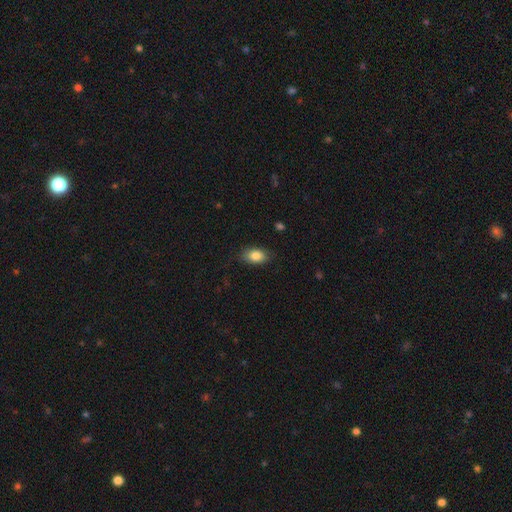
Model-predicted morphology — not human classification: A smooth galaxy with no disk features (84%) that is in between round and cigar-shaped (89%).

Vote fractions:
- Smooth or featured? smooth: 84% / featured or disk: 8% / star or artifact: 8%
- How rounded? in between: 89% / round: 8% / cigar-shaped: 3%
- Merging? none: 84% / minor disturbance: 12% / major disturbance: 3% / merger: 1%